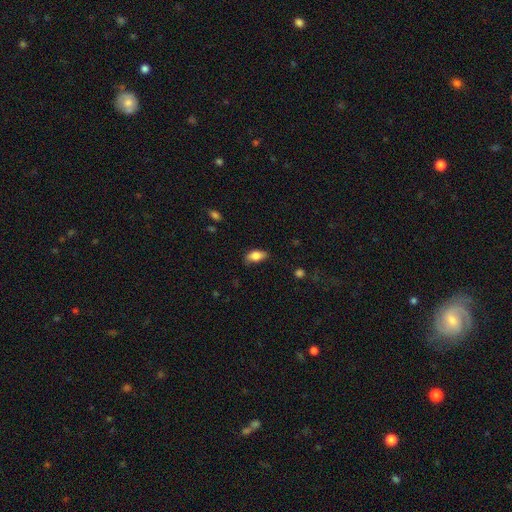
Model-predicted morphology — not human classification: A smooth galaxy with no disk features (81%) that is in between round and cigar-shaped (88%). Merging: none (73%).